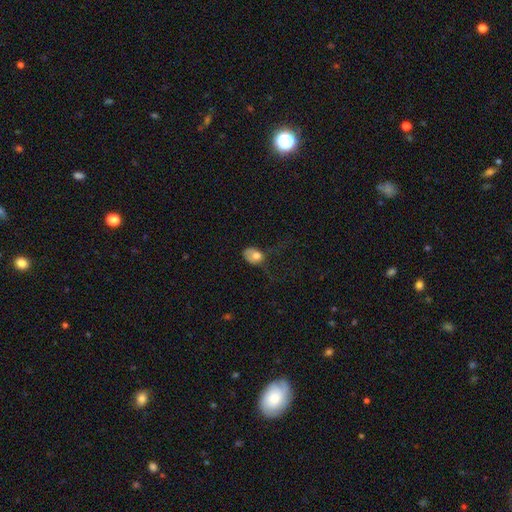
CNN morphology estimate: smooth 70%, featured or disk 21%, star or artifact 9%. Down the decision tree: how rounded — in between (68%); merging — major disturbance (54%).